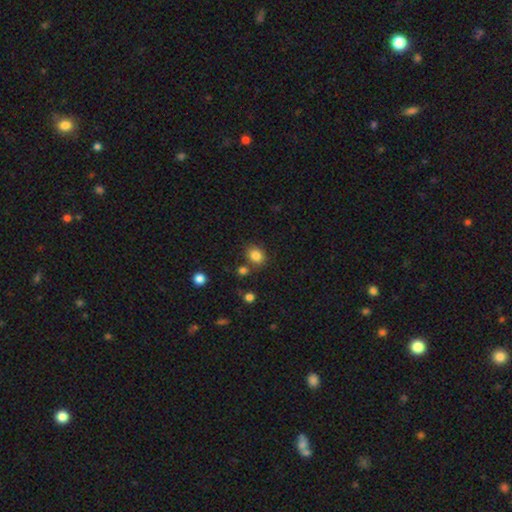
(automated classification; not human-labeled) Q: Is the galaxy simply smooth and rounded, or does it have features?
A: smooth — 84%.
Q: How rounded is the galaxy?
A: round — 61%.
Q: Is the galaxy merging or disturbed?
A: none — 74%.